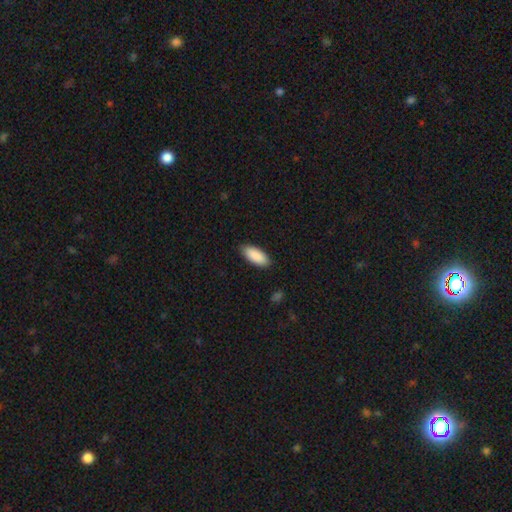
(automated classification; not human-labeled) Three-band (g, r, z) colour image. It shows a smooth galaxy with no disk features (91%) that is in between round and cigar-shaped (85%). Merging: none (87%).